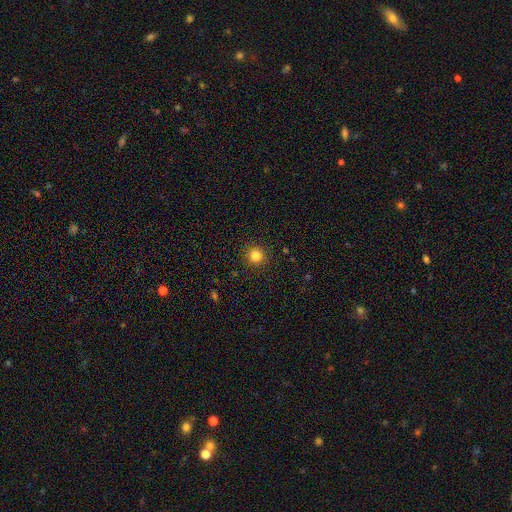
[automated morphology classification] smooth-or-featured: smooth: 83% | star or artifact: 12% | featured or disk: 5%
  how-rounded: round: 95% | in between: 4% | cigar-shaped: 1%
  merging: none: 91% | minor disturbance: 6% | major disturbance: 2% | merger: 1%